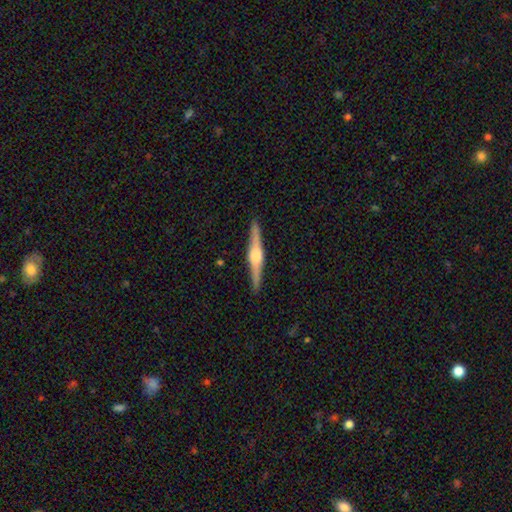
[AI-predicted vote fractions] Overall: featured or disk (82%). Edge-on disk: yes (98%). Edge-on bulge: rounded (88%). Merging: none (92%).